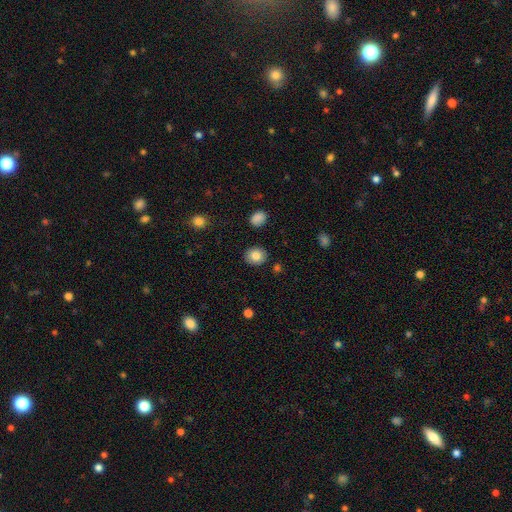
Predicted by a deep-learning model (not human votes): Overall: smooth (84%). How rounded: round (69%; in between 30%). Merging: none (89%).